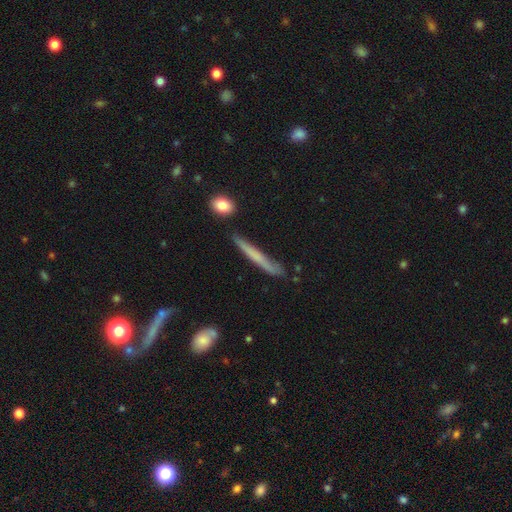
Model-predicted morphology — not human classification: A smooth galaxy with no disk features (49%).

Vote fractions:
- Smooth or featured? smooth: 49% / featured or disk: 44% / star or artifact: 7%
- Merging? none: 73% / minor disturbance: 20% / major disturbance: 5% / merger: 3%